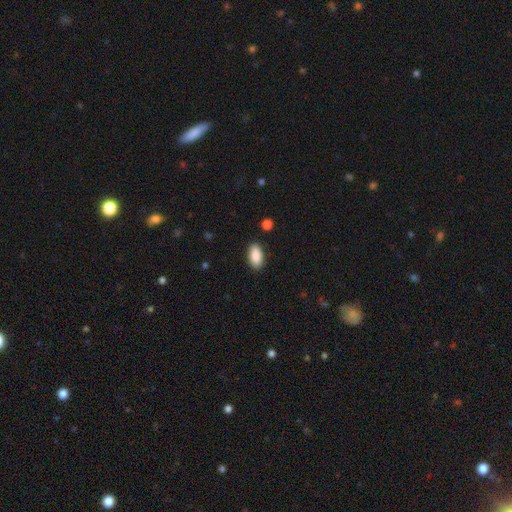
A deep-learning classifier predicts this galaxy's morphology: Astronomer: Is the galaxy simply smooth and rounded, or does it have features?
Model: smooth — 89%.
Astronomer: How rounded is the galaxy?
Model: in between — 93%.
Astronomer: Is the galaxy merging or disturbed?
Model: none — 89%.